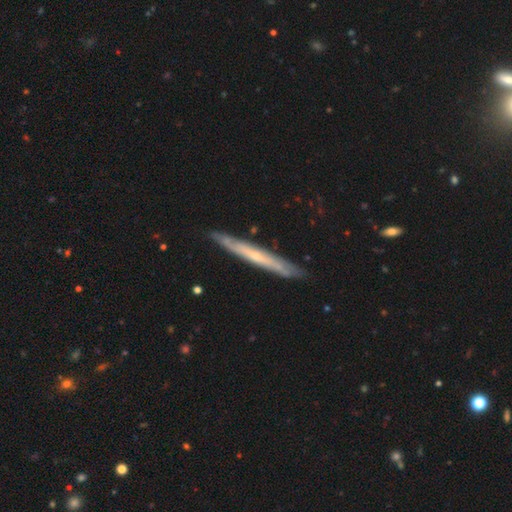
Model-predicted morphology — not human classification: Smooth or featured? Predicted: featured or disk (p=0.66). Edge-on disk? Predicted: yes (p=0.88). Edge-on bulge? Predicted: none (p=0.58). Merging? Predicted: none (p=0.86).